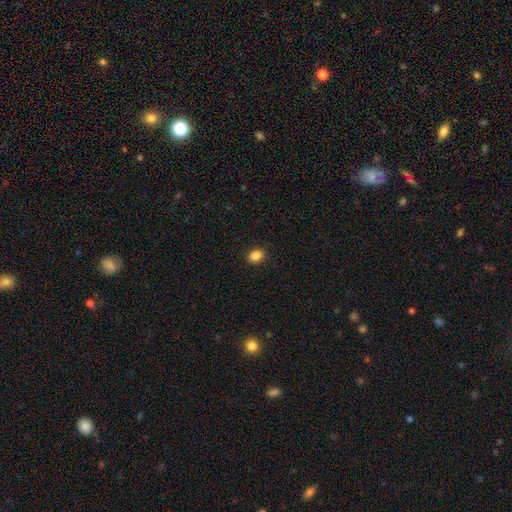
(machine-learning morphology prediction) The model was most divided on "how rounded": in between: 54%, round: 45%, cigar-shaped: 1%. More confident: merging — none (91%); smooth or featured — smooth (87%).